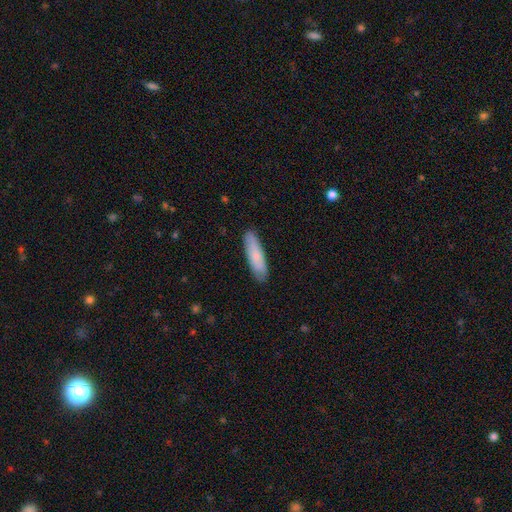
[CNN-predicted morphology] This is likely a smooth galaxy (77%). How rounded: likely cigar-shaped (69%). Merging: clearly none (87%).